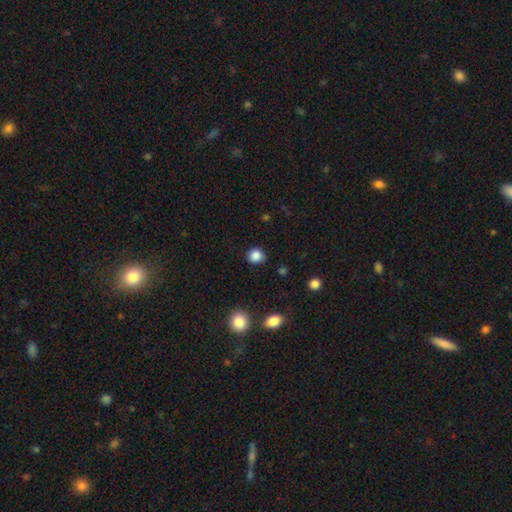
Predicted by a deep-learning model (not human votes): This appears to be a smooth galaxy with no disk features (86%) that is round (84%). Merging: none (85%).